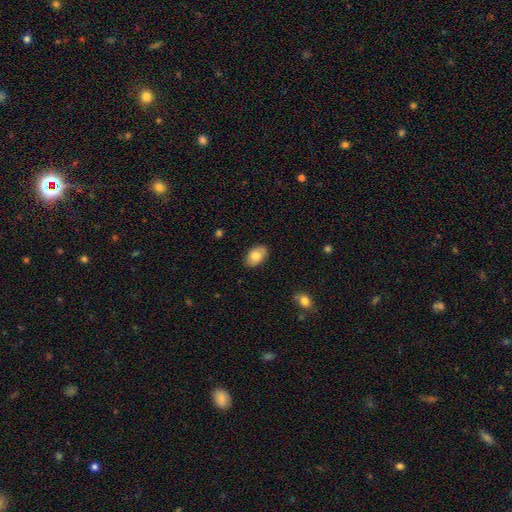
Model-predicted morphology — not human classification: A smooth galaxy with no disk features (81%) that is in between round and cigar-shaped (91%). Merging: none (87%).